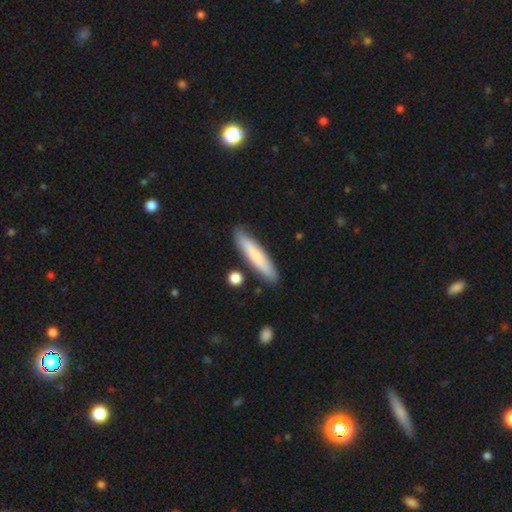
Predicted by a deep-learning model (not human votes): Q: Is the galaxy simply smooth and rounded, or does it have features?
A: smooth — 73%.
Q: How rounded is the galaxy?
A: cigar-shaped — 87%.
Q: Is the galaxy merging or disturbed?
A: none — 85%.